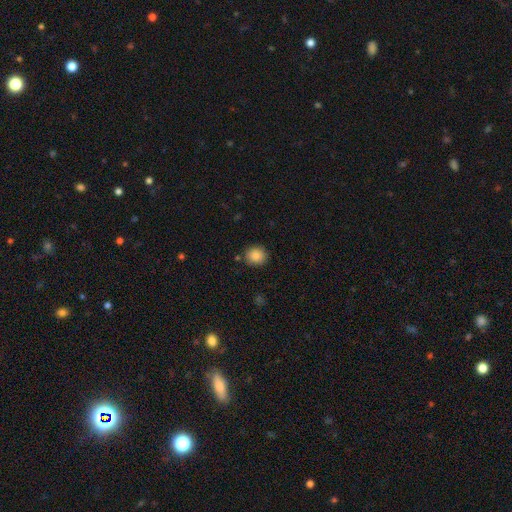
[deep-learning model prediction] Smooth or featured? smooth (87%)
How rounded? round (82%)
Merging? none (86%)